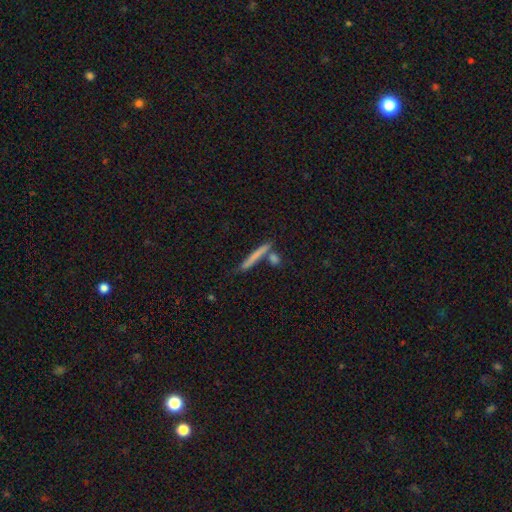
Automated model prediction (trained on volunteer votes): smooth-or-featured: smooth: 64% | featured or disk: 27% | star or artifact: 8%
  how-rounded: cigar-shaped: 93% | in between: 5% | round: 3%
  merging: none: 71% | merger: 15% | minor disturbance: 11% | major disturbance: 4%